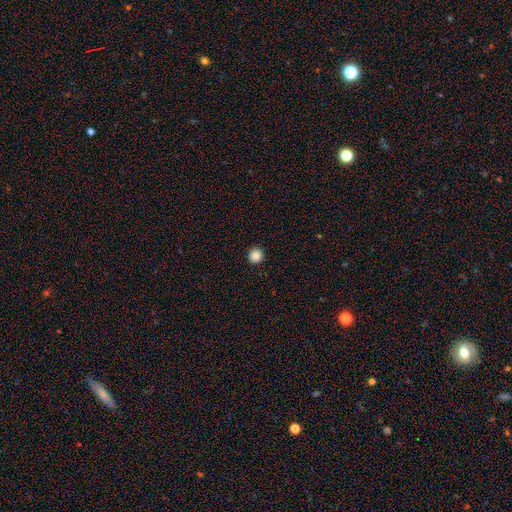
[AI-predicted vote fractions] Morphology: type=smooth (87%); roundness=round (94%); merging=none (93%).